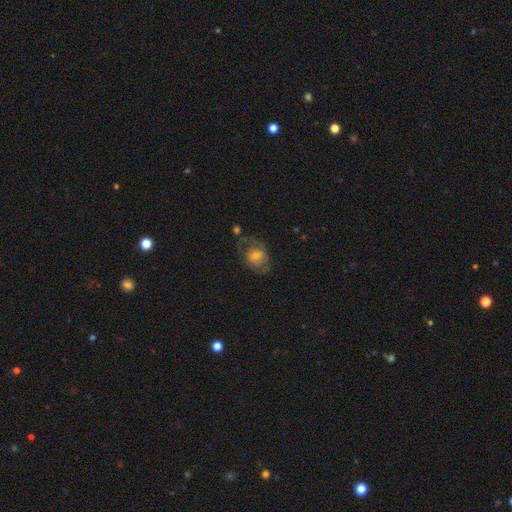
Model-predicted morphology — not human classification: This is possibly a smooth galaxy (51%). How rounded: possibly in between (56%). Merging: possibly none (52%).